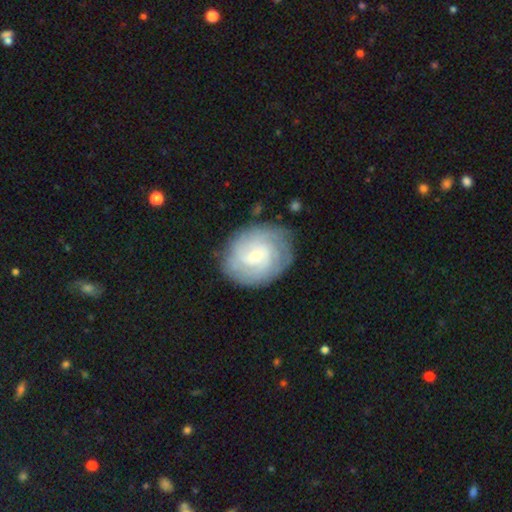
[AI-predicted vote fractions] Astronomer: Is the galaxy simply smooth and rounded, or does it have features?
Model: featured or disk — 73%.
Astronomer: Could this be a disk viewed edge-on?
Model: no — 97%.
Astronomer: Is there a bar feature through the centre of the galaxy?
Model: no — 46% (runner-up: weak, 45%).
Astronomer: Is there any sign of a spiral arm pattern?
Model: yes — 91%.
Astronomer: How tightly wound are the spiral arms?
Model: tight — 68%.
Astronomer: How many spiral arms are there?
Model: can't tell — 44% (runner-up: 2, 20%).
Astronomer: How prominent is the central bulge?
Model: small — 70%.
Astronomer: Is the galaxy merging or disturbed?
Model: none — 79%.